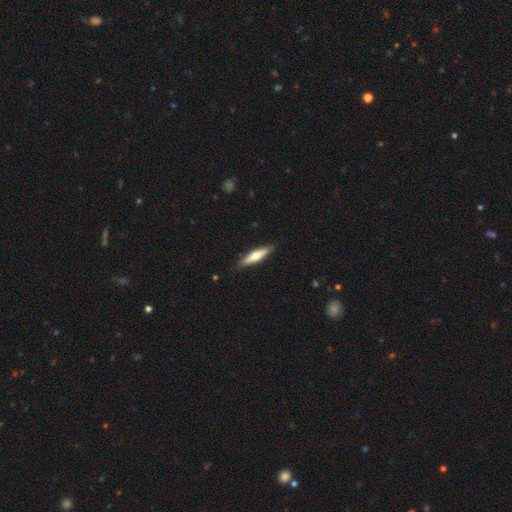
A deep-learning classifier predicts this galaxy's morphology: Smooth or featured: smooth — 54% (featured or disk — 41%)
How rounded: cigar-shaped — 77% (in between — 21%)
Merging: none — 88% (minor disturbance — 9%)